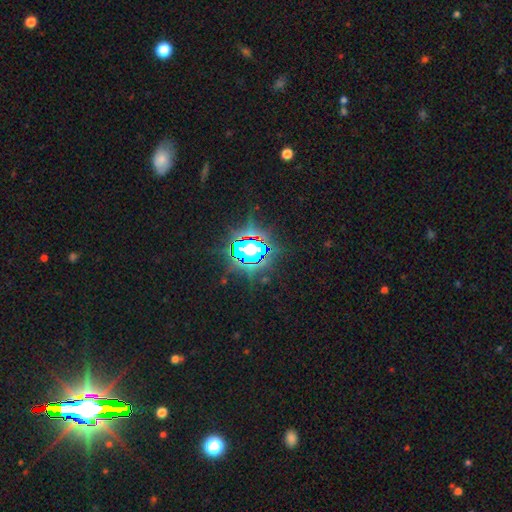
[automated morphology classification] smooth_or_featured: star or artifact (p=0.78) [alt: smooth p=0.13]